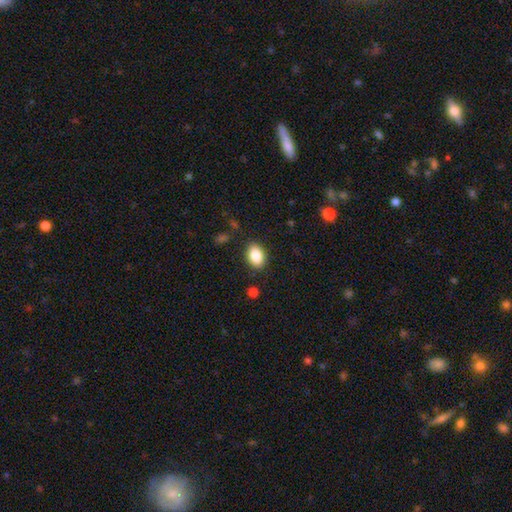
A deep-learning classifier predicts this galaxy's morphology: A smooth galaxy with no disk features (87%) that is in between round and cigar-shaped (85%).

Vote fractions:
- Smooth or featured? smooth: 87% / star or artifact: 8% / featured or disk: 6%
- How rounded? in between: 85% / round: 14% / cigar-shaped: 1%
- Merging? none: 85% / minor disturbance: 10% / major disturbance: 3% / merger: 1%